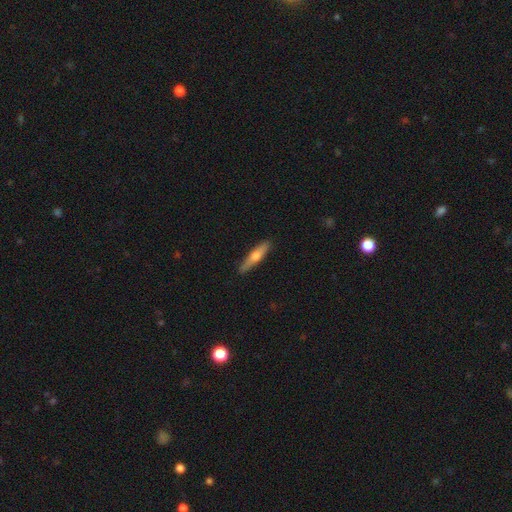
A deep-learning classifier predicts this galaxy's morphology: This appears to be a smooth galaxy with no disk features (51%) that is cigar-shaped (85%). Merging: none (88%).